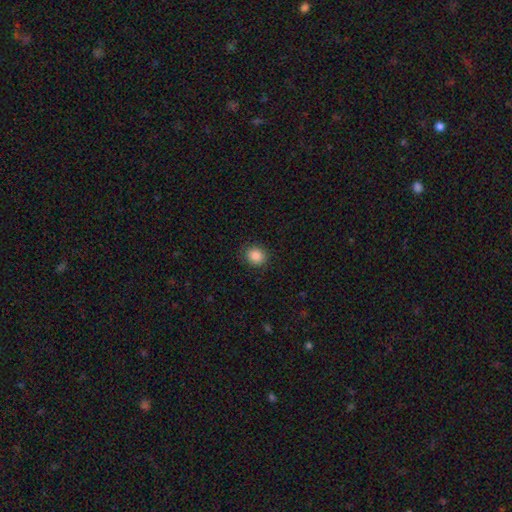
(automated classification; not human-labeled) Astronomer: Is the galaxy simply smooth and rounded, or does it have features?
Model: smooth — 86%.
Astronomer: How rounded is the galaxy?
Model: round — 77%.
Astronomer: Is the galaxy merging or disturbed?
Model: none — 88%.